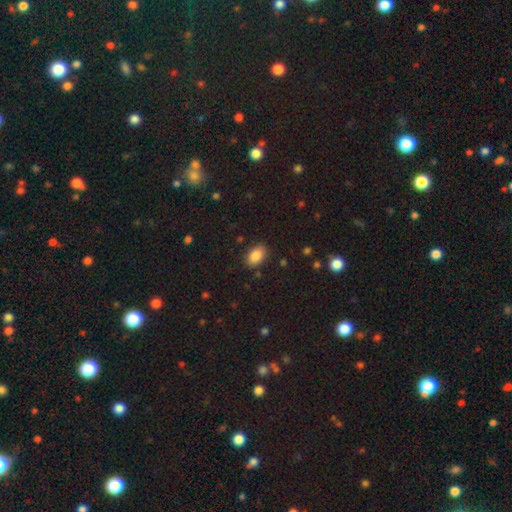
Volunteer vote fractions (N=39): Smooth or featured?
  - smooth: 85% *
  - star or artifact: 10%
  - featured or disk: 5%
How rounded?
  - in between: 91% *
  - round: 9%
  - cigar-shaped: 0%
Merging?
  - none: 77% *
  - minor disturbance: 9%
  - major disturbance: 9%
  - merger: 6%